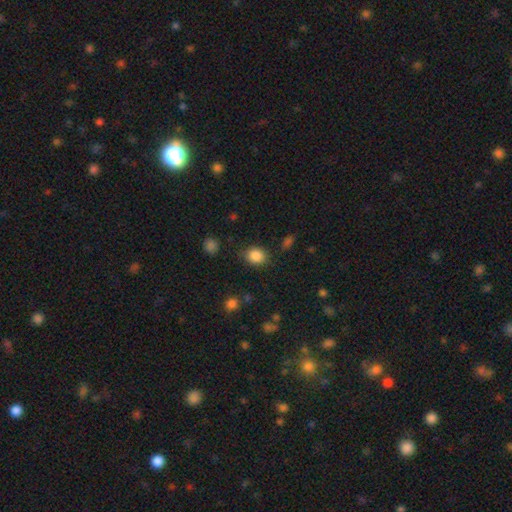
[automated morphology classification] Smooth or featured: smooth — 86% (star or artifact — 10%)
How rounded: round — 60% (in between — 39%)
Merging: none — 79% (minor disturbance — 14%)